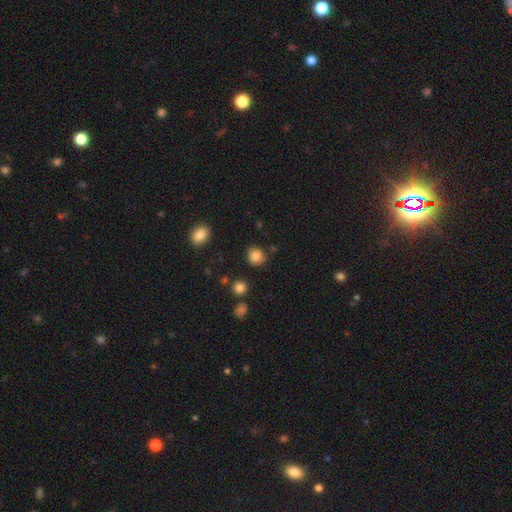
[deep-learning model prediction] smooth-or-featured: smooth: 84% | star or artifact: 10% | featured or disk: 5%
  how-rounded: round: 81% | in between: 18% | cigar-shaped: 1%
  merging: none: 81% | minor disturbance: 13% | major disturbance: 3% | merger: 3%